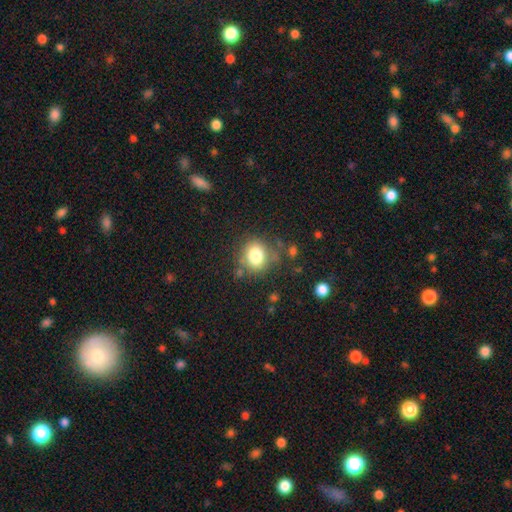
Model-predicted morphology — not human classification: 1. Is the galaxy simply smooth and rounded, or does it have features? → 79% smooth, 11% star or artifact, 10% featured or disk.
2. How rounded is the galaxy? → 71% round, 28% in between, 1% cigar-shaped.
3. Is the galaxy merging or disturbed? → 73% none, 16% minor disturbance, 6% major disturbance, 5% merger.